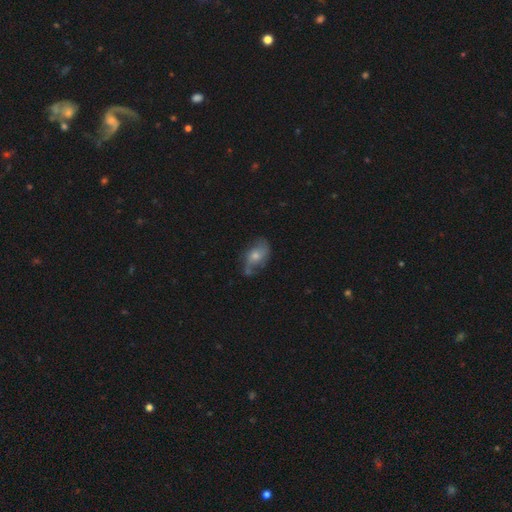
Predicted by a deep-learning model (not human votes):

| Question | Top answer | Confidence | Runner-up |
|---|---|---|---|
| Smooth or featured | featured or disk | 51% | smooth (40%) |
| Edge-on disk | no | 93% | yes (7%) |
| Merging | none | 56% | minor disturbance (29%) |